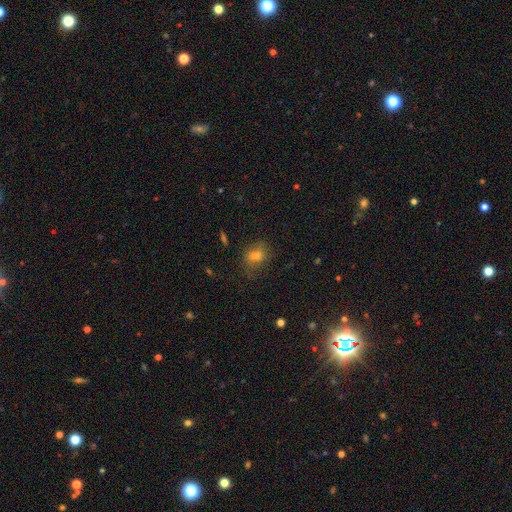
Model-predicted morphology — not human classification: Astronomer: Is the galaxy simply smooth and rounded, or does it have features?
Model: smooth — 63%.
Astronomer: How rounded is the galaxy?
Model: in between — 54% (runner-up: round, 44%).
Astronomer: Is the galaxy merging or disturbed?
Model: none — 66%.